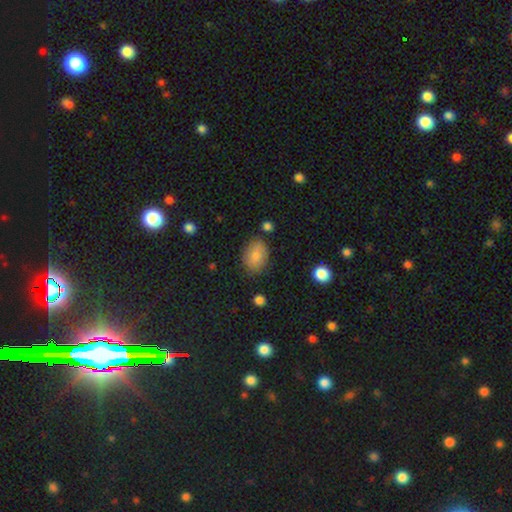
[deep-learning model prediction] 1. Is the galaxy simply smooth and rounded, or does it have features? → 81% smooth, 12% featured or disk, 8% star or artifact.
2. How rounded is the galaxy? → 75% in between, 24% round, 1% cigar-shaped.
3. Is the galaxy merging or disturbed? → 75% none, 17% minor disturbance, 4% major disturbance, 3% merger.